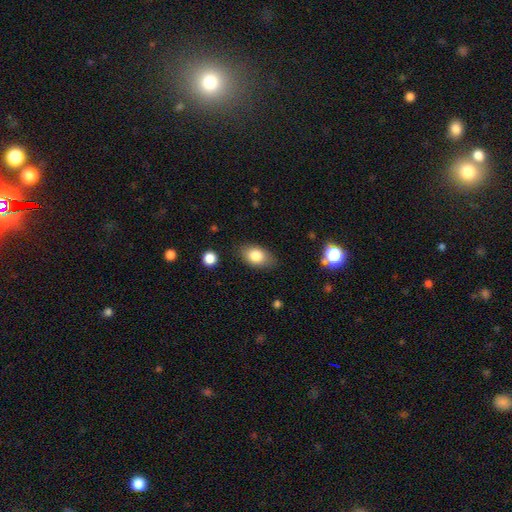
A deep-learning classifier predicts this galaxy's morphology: Q: Smooth or featured?
A: smooth (81%); runner-up: featured or disk (11%)
Q: How rounded?
A: in between (86%); runner-up: round (12%)
Q: Merging?
A: none (81%); runner-up: minor disturbance (15%)